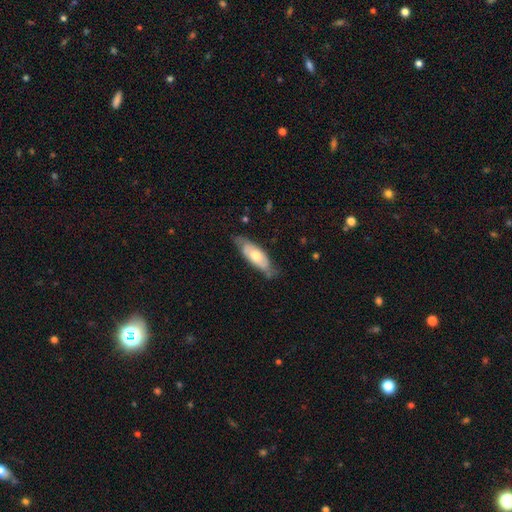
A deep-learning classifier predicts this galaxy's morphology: A featured or disk galaxy (49%). Merging: none (65%).